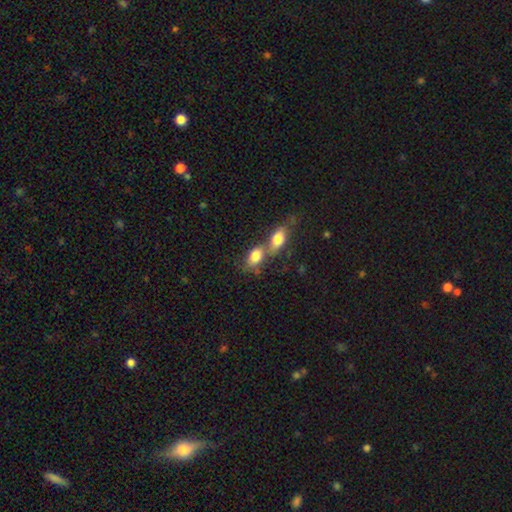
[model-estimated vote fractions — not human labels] Overall: smooth (80%). How rounded: in between (85%). Merging: merger (62%; none 25%).